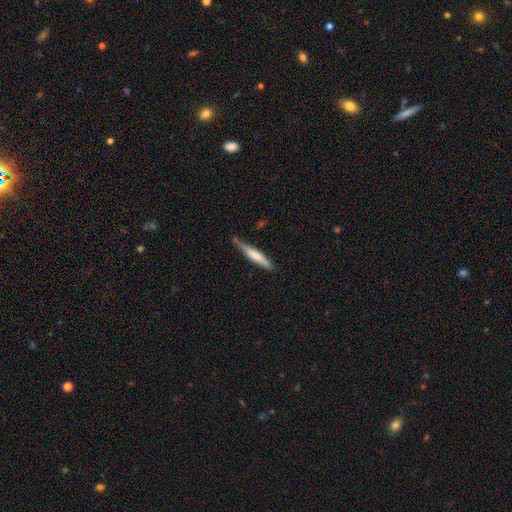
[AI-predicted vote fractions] Morphology: type=smooth (62%); roundness=cigar-shaped (91%); merging=none (70%).